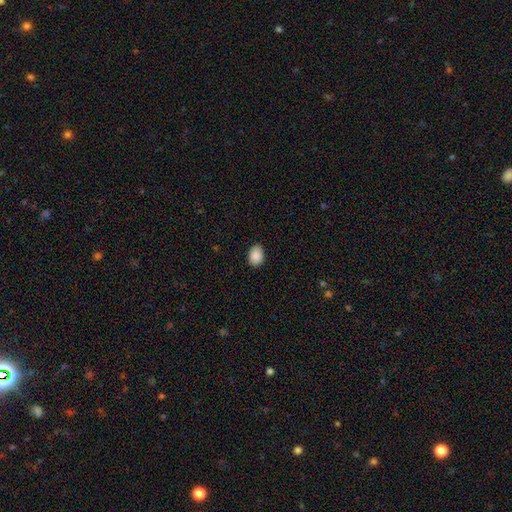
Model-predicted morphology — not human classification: smooth-or-featured: smooth: 90% | star or artifact: 8% | featured or disk: 3%
  how-rounded: in between: 67% | round: 32% | cigar-shaped: 1%
  merging: none: 88% | minor disturbance: 9% | major disturbance: 2% | merger: 1%